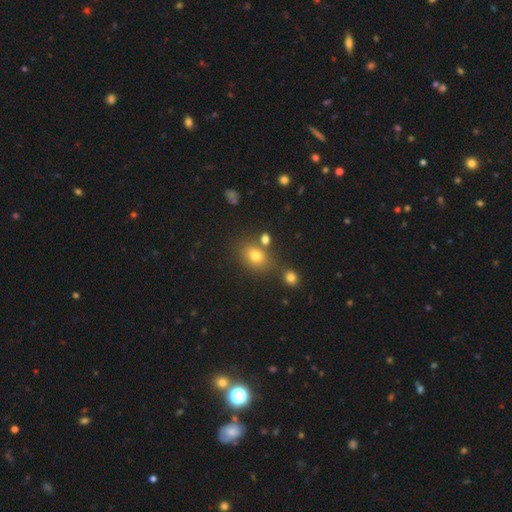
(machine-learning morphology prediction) Smooth or featured? smooth (75%)
How rounded? in between (59%)
Merging? none (67%)